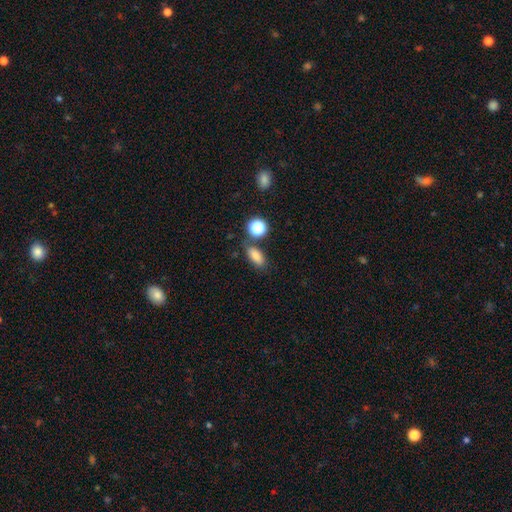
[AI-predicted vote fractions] The model was most divided on "merging": none: 73%, minor disturbance: 14%, merger: 9%, major disturbance: 4%. More confident: smooth or featured — smooth (83%); how rounded — in between (78%).